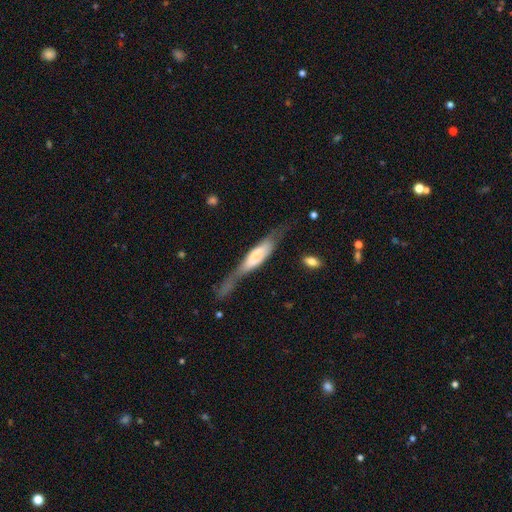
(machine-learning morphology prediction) A featured or disk galaxy (56%) viewed edge-on (78%).

Vote fractions:
- Smooth or featured? featured or disk: 56% / smooth: 37% / star or artifact: 7%
- Edge-on disk? yes: 78% / no: 22%
- Merging? none: 43% / minor disturbance: 26% / major disturbance: 25% / merger: 6%